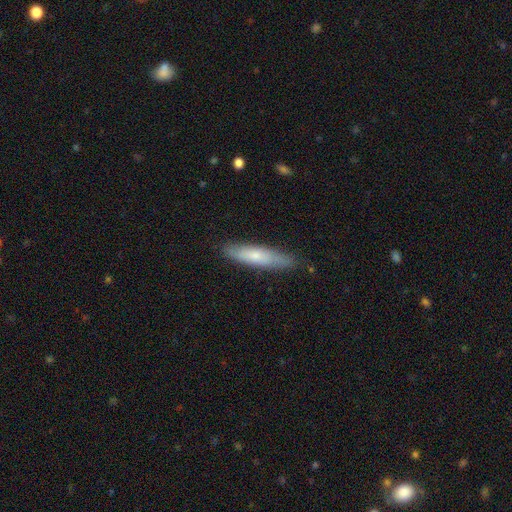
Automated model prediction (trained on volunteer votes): smooth-or-featured: smooth: 65% | featured or disk: 29% | star or artifact: 6%
  how-rounded: cigar-shaped: 82% | in between: 17% | round: 1%
  merging: none: 83% | minor disturbance: 14% | major disturbance: 2% | merger: 1%